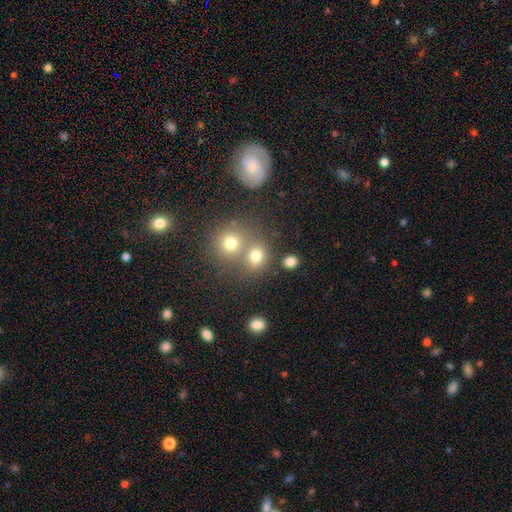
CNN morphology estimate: Overall: smooth (74%). How rounded: round (72%). Merging: none (52%; merger 35%).